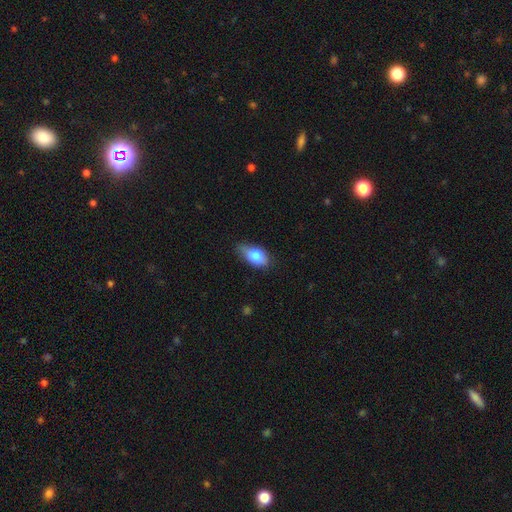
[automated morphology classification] smooth_or_featured: smooth (p=0.80) [alt: featured or disk p=0.13]
how_rounded: in between (p=0.89) [alt: cigar-shaped p=0.06]
merging: none (p=0.62) [alt: minor disturbance p=0.31]